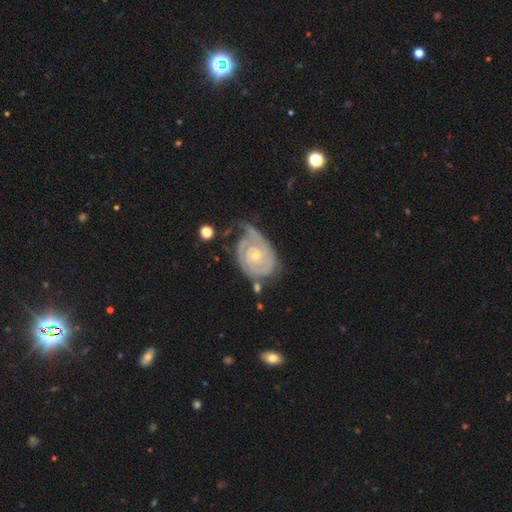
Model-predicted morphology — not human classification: The model was most divided on "spiral arm count": 2: 39%, can't tell: 29%, 1: 12%, 3: 12%, 4: 4%, more than 4: 3%. Remaining: edge-on disk — no (97%); spiral arms — yes (93%); smooth or featured — featured or disk (85%); spiral winding — tight (77%); bar — no (75%); bulge size — small (62%); merging — none (44%).